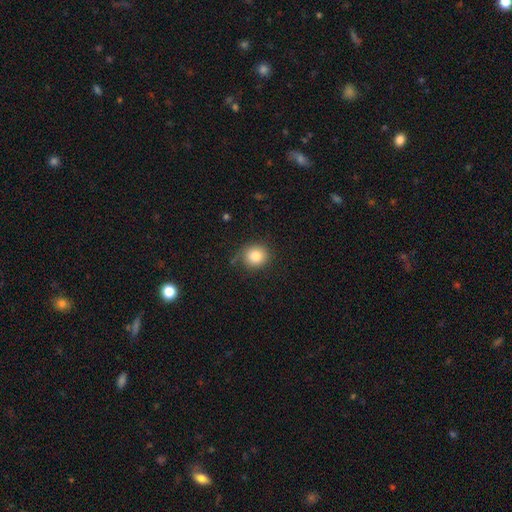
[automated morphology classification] Q: Smooth or featured?
A: smooth (83%); runner-up: star or artifact (10%)
Q: How rounded?
A: round (86%); runner-up: in between (13%)
Q: Merging?
A: none (78%); runner-up: minor disturbance (16%)